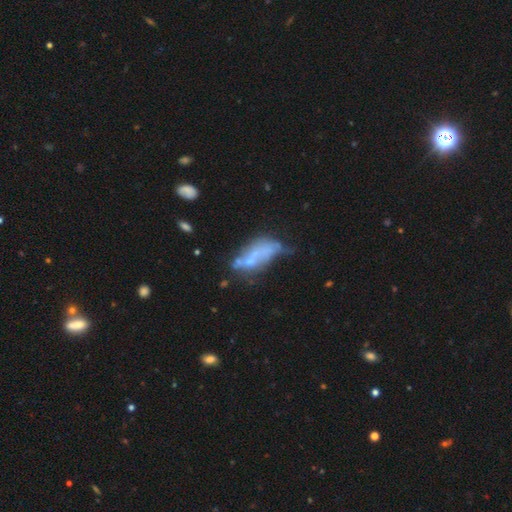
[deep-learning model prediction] The model was most divided on "merging": major disturbance: 27%, merger: 26%, none: 25%, minor disturbance: 22%. Remaining: smooth or featured — featured or disk (48%).